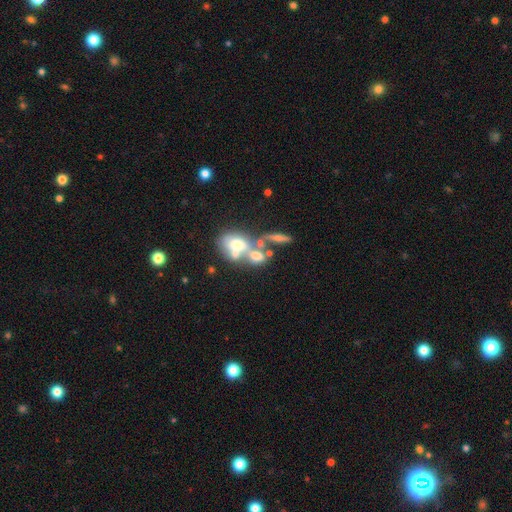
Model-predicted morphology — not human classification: A smooth galaxy with no disk features (49%). Merging: merger (61%).